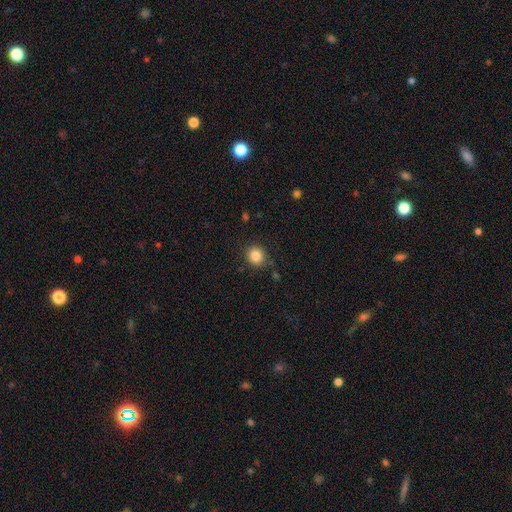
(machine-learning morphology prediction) smooth 85%, star or artifact 10%, featured or disk 5%. Down the decision tree: how rounded — round (88%); merging — none (87%).